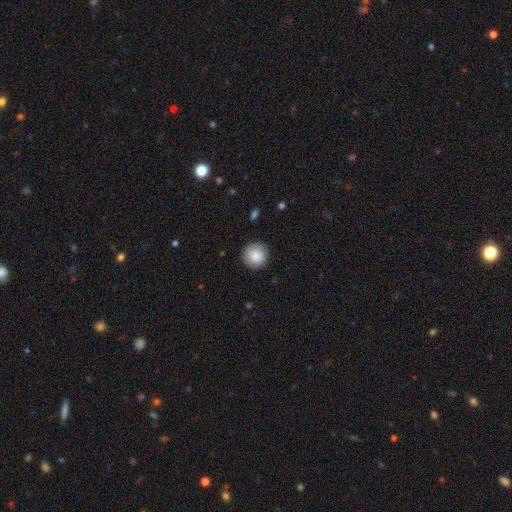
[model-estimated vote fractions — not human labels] Smooth or featured: smooth — 87% (star or artifact — 7%)
How rounded: round — 94% (in between — 5%)
Merging: none — 88% (minor disturbance — 9%)